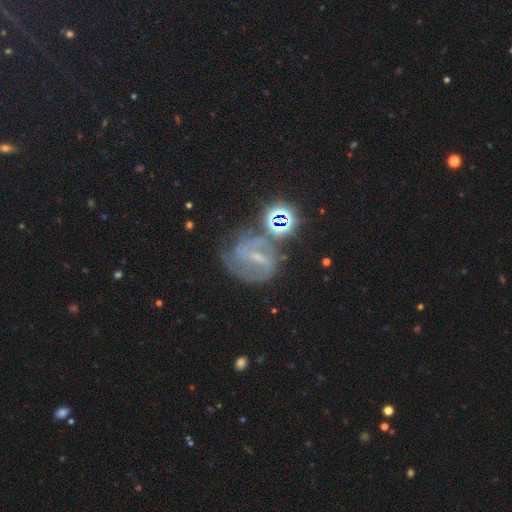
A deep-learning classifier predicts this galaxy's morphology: type=featured or disk (61%); edge-on=no (96%); bar=weak (48%); spiral arms=yes (79%); bulge=small (49%); merging=none (49%).